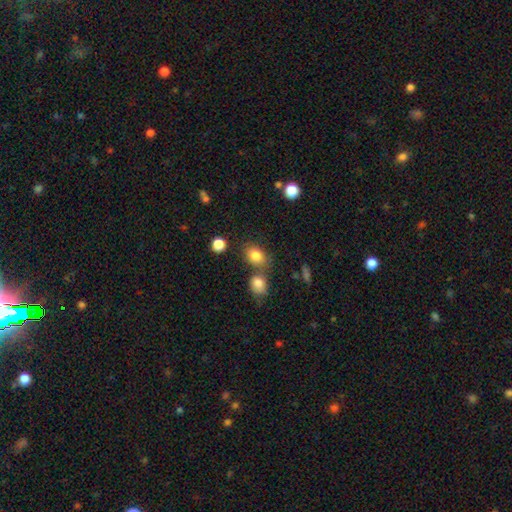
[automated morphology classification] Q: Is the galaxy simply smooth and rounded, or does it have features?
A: smooth — 83%.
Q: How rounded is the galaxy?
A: in between — 66%.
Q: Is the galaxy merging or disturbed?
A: none — 61%.